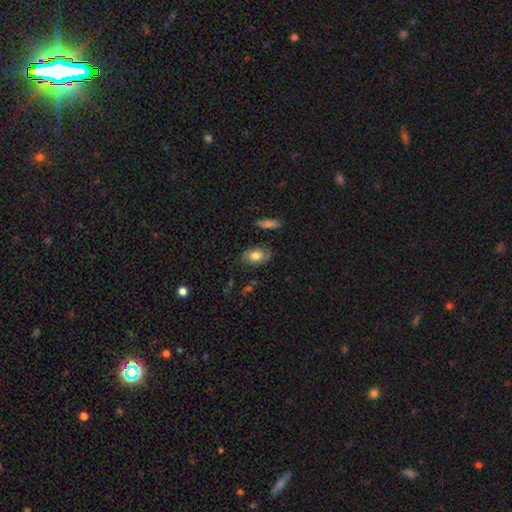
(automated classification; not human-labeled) The model was most divided on "smooth or featured": smooth: 67%, featured or disk: 26%, star or artifact: 7%. More confident: how rounded — in between (88%); merging — none (77%).